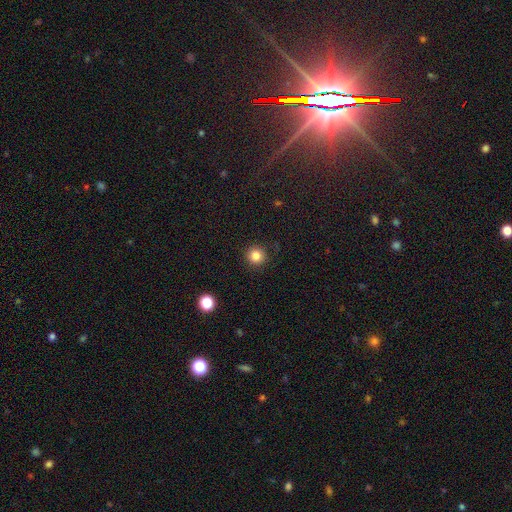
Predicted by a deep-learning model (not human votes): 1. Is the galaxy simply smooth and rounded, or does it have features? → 84% smooth, 12% star or artifact, 5% featured or disk.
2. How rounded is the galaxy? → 95% round, 4% in between, 1% cigar-shaped.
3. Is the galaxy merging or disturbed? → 91% none, 6% minor disturbance, 2% major disturbance, 1% merger.